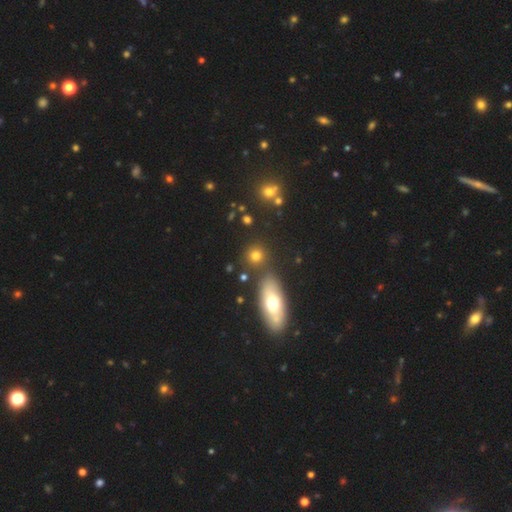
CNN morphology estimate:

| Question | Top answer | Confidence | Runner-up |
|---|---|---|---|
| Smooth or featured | smooth | 77% | star or artifact (14%) |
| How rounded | round | 85% | in between (12%) |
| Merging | none | 79% | merger (9%) |